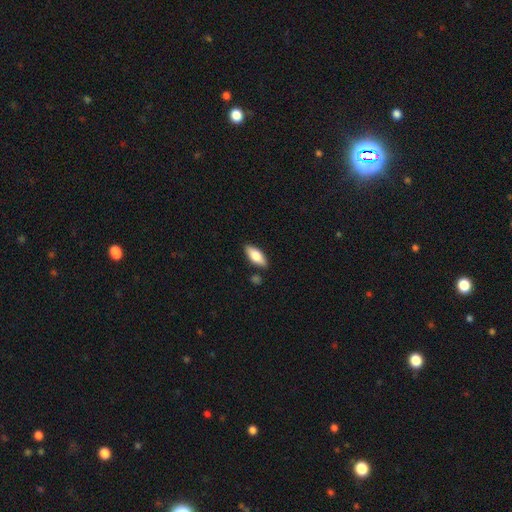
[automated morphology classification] A smooth galaxy with no disk features (75%) that is in between round and cigar-shaped (78%). Merging: none (85%).